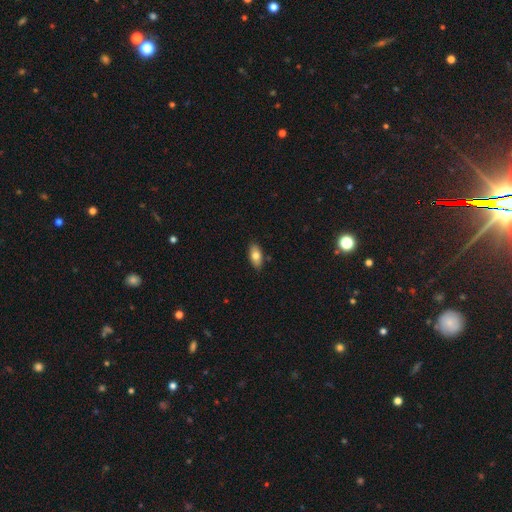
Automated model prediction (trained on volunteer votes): A smooth galaxy with no disk features (78%) that is in between round and cigar-shaped (90%). Merging: none (86%).